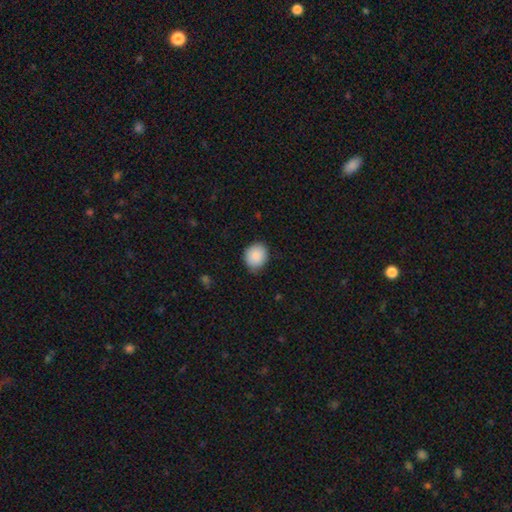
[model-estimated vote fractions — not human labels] smooth_or_featured: smooth (p=0.89) [alt: star or artifact p=0.07]
how_rounded: round (p=0.67) [alt: in between p=0.32]
merging: none (p=0.78) [alt: minor disturbance p=0.18]